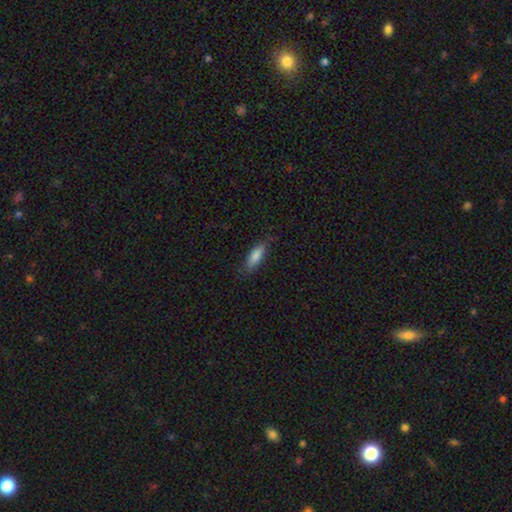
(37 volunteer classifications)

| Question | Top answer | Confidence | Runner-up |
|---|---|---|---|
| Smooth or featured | smooth | 73% | featured or disk (24%) |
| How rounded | cigar-shaped | 56% | in between (41%) |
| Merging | none | 92% | minor disturbance (6%) |